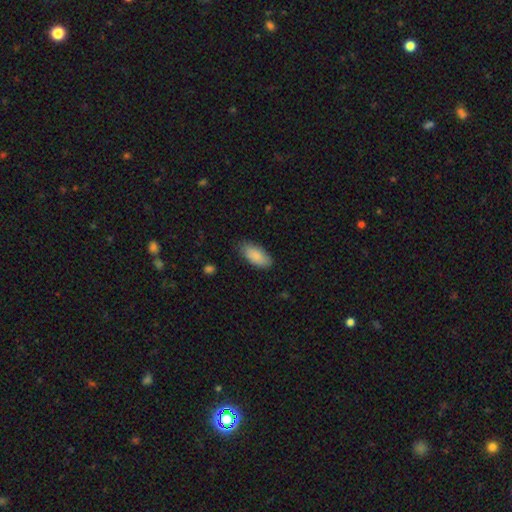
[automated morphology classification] Smooth or featured? Predicted: smooth (p=0.87). How rounded? Predicted: in between (p=0.91). Merging? Predicted: none (p=0.79).